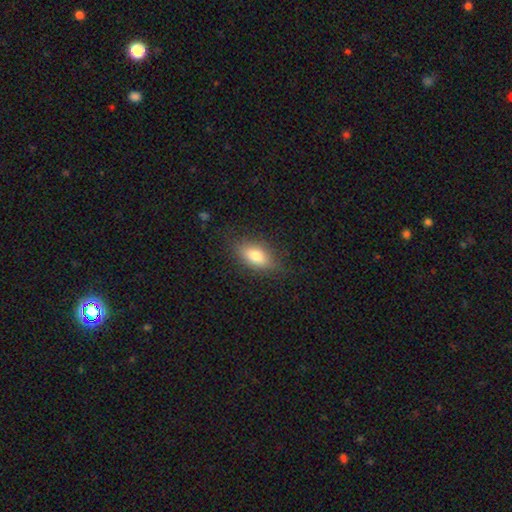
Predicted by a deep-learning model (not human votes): Smooth or featured: smooth — 75% (featured or disk — 16%)
How rounded: in between — 83% (cigar-shaped — 12%)
Merging: none — 81% (minor disturbance — 14%)